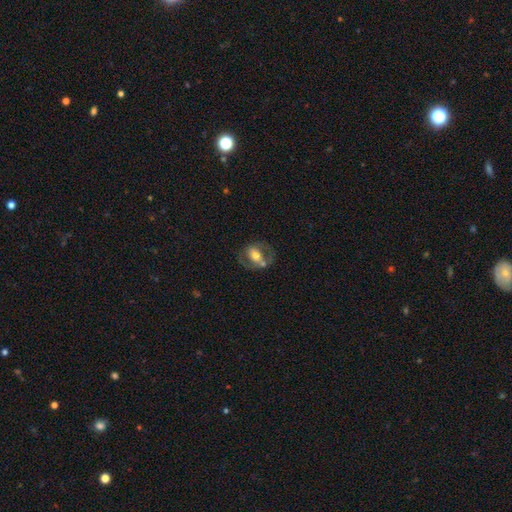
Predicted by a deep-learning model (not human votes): A featured or disk galaxy (52%). Merging: none (50%).